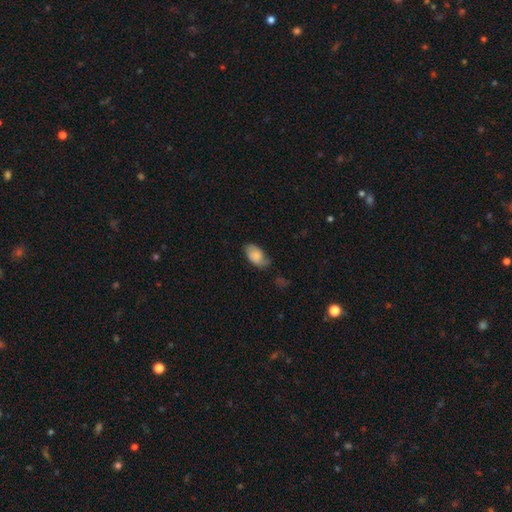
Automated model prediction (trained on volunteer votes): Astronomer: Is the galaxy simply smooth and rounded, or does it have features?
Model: smooth — 80%.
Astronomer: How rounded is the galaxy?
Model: in between — 93%.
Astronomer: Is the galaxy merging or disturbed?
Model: none — 55% (runner-up: minor disturbance, 33%).